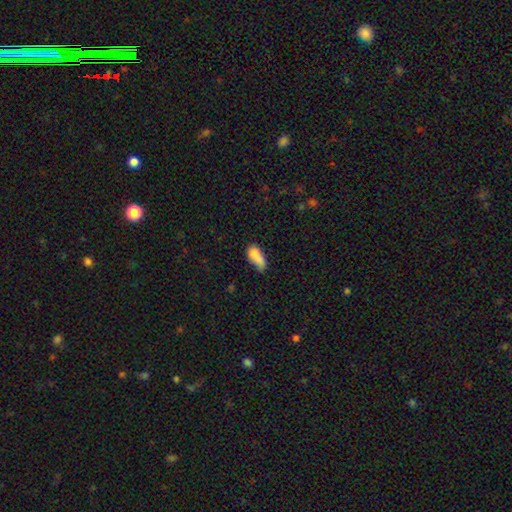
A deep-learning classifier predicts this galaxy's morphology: smooth-or-featured: smooth: 80% | featured or disk: 11% | star or artifact: 9%
  how-rounded: in between: 85% | cigar-shaped: 10% | round: 4%
  merging: none: 37% | minor disturbance: 32% | merger: 18% | major disturbance: 14%